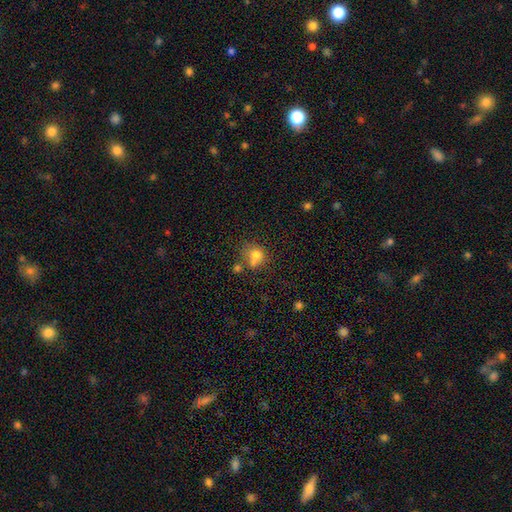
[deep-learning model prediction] Q: Smooth or featured?
A: smooth (74%); runner-up: featured or disk (13%)
Q: How rounded?
A: round (61%); runner-up: in between (38%)
Q: Merging?
A: none (38%); runner-up: merger (32%)